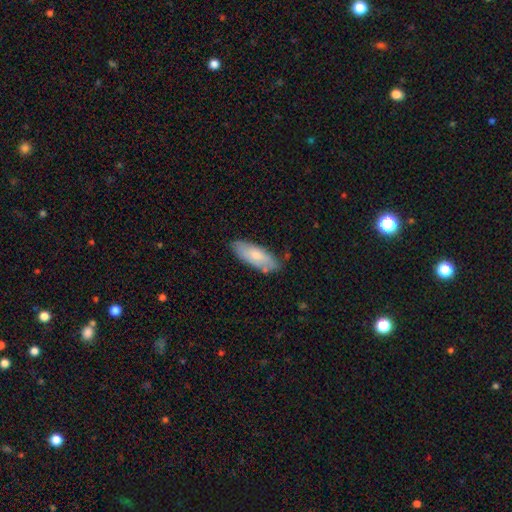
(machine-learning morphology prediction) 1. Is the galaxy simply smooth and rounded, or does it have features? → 75% smooth, 19% featured or disk, 6% star or artifact.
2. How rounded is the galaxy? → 73% in between, 25% cigar-shaped, 2% round.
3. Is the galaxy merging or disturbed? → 76% none, 18% minor disturbance, 3% major disturbance, 3% merger.